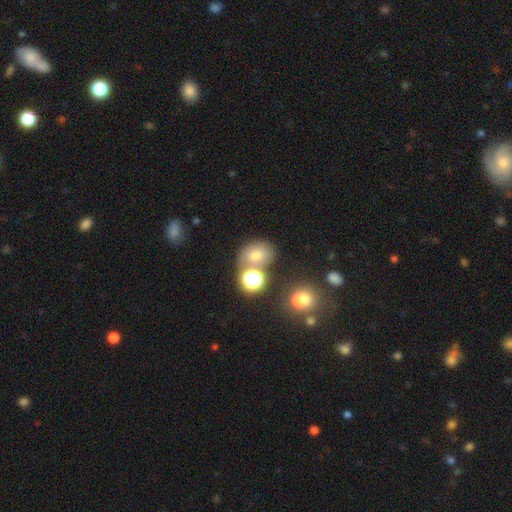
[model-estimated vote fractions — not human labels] Smooth or featured? Predicted: smooth (p=0.61). How rounded? Predicted: round (p=0.53). Merging? Predicted: none (p=0.59).